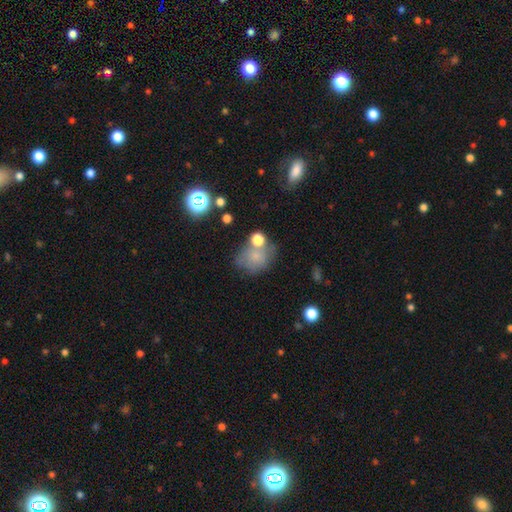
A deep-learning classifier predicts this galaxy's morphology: Q: Smooth or featured?
A: smooth (66%); runner-up: featured or disk (17%)
Q: How rounded?
A: round (58%); runner-up: in between (41%)
Q: Merging?
A: none (47%); runner-up: minor disturbance (22%)